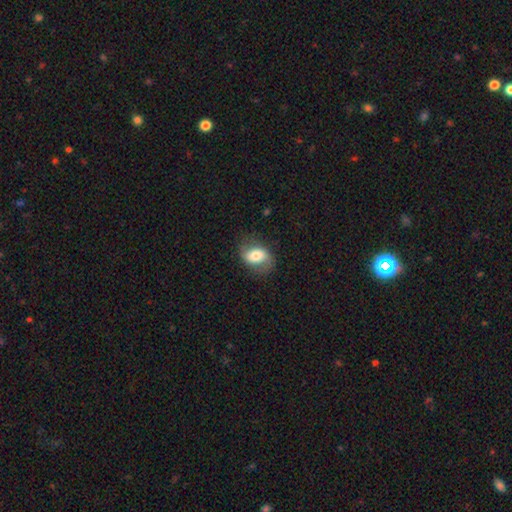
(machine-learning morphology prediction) A smooth galaxy with no disk features (54%) that is in between round and cigar-shaped (76%). Merging: none (70%).